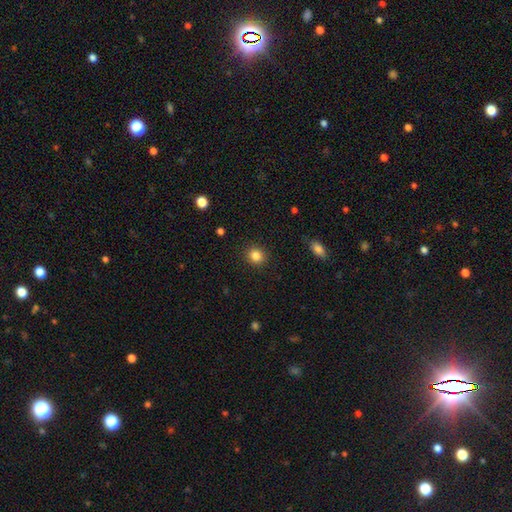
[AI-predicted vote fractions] A smooth galaxy with no disk features (85%) that is round (82%). Merging: none (91%).